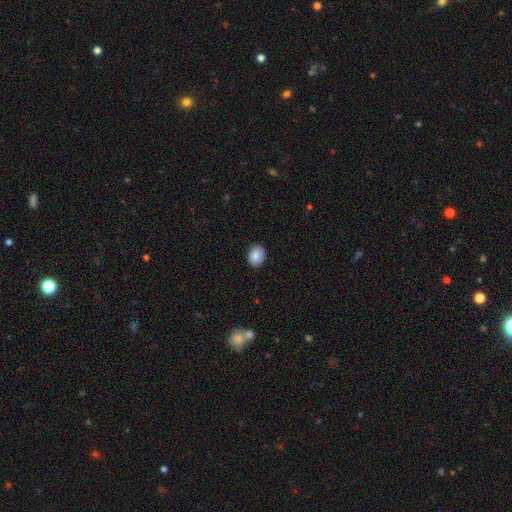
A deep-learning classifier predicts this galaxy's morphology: A smooth galaxy with no disk features (86%) that is in between round and cigar-shaped (57%). Merging: none (87%).